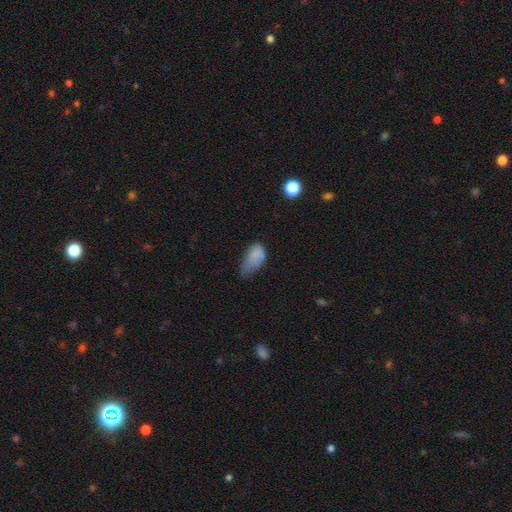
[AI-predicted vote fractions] Smooth or featured? smooth (77%)
How rounded? in between (91%)
Merging? minor disturbance (43%)